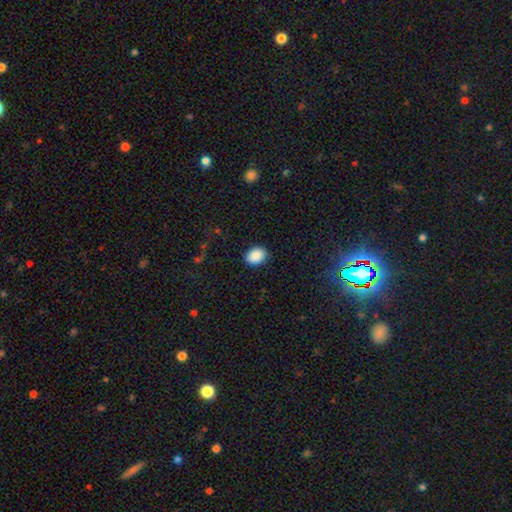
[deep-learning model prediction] smooth 89%, star or artifact 8%, featured or disk 3%. Down the decision tree: how rounded — in between (58%); merging — none (88%).